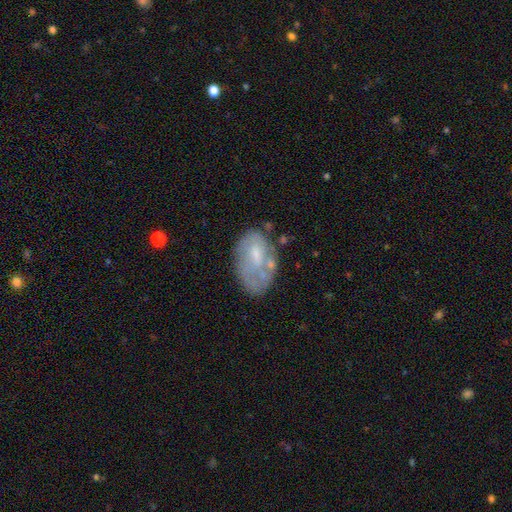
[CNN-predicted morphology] This is possibly a featured or disk galaxy (48%). Merging: marginally none (44%).